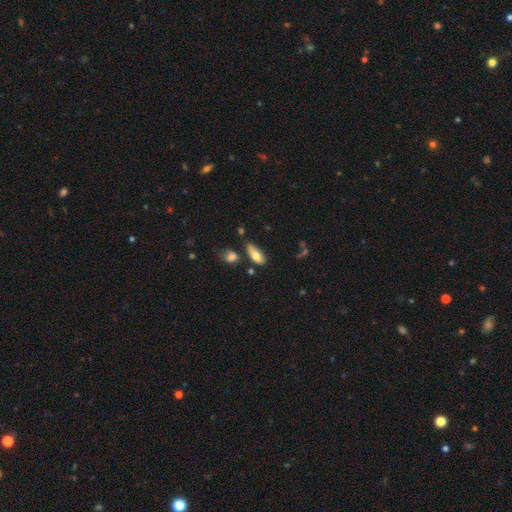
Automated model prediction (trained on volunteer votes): The model was most divided on "merging": none: 56%, minor disturbance: 27%, merger: 9%, major disturbance: 8%. More confident: how rounded — in between (77%); smooth or featured — smooth (73%).